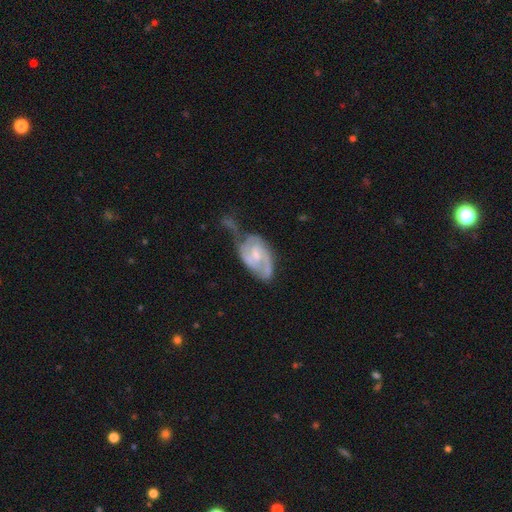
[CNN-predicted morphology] This appears to be a featured or disk galaxy (78%) with a weak bar (53%), 2 (65%) medium (46%) spiral arms (90%) and a small central bulge (45%). Merging: none (31%).